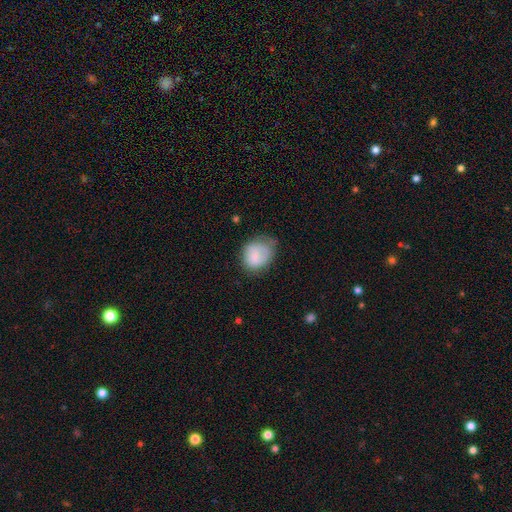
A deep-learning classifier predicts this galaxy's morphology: This appears to be a smooth galaxy with no disk features (70%) that is round (54%). Merging: none (48%).